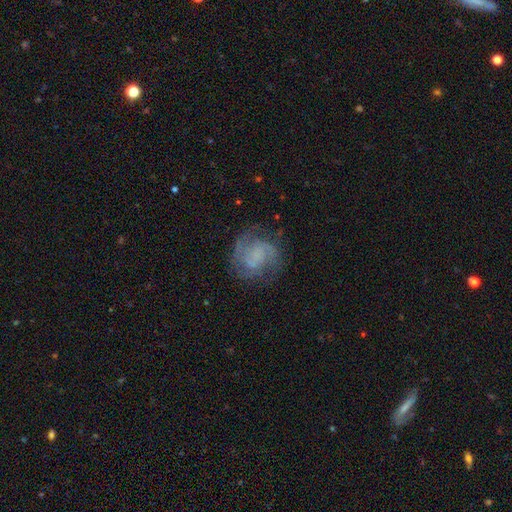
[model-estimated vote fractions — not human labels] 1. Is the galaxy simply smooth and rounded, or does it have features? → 76% featured or disk, 16% smooth, 8% star or artifact.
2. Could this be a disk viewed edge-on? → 98% no, 2% yes.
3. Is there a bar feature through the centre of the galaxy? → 62% no, 32% weak, 6% strong.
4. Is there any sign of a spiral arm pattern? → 93% yes, 7% no.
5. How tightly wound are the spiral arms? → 46% medium, 39% tight, 16% loose.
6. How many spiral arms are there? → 67% 2, 14% can't tell, 10% 3, 4% 1, 3% 4, 3% more than 4.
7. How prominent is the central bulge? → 55% none, 27% small, 11% moderate, 5% large, 2% dominant.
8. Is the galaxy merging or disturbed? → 71% none, 17% minor disturbance, 11% major disturbance, 1% merger.